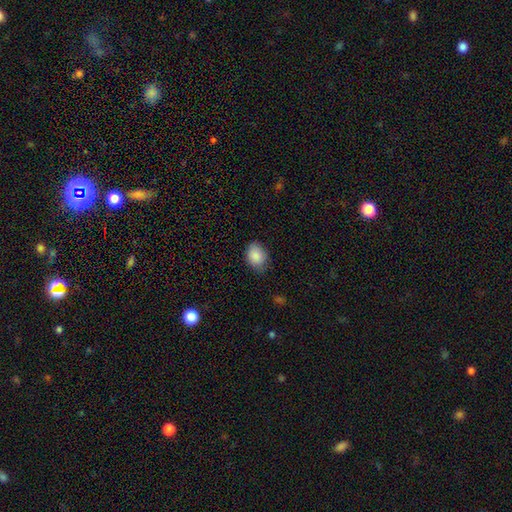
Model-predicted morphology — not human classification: Smooth or featured? Predicted: smooth (p=0.88). How rounded? Predicted: in between (p=0.70). Merging? Predicted: none (p=0.72).